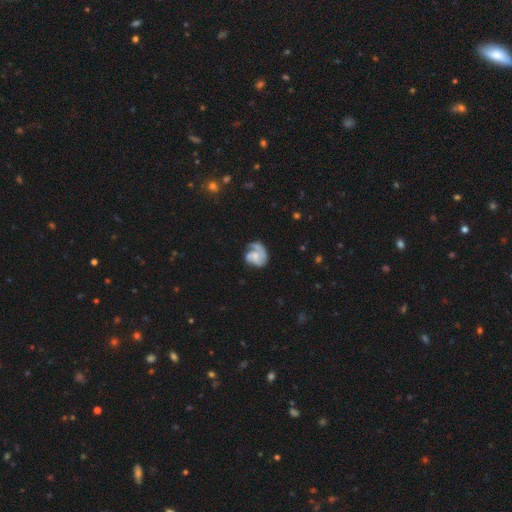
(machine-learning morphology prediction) This is likely a featured or disk galaxy (70%). It is clearly not viewed edge-on (98%). Bar: likely no (67%). Spiral arm pattern: clearly yes (87%). Spiral arm count: marginally 2 (41%). Spiral winding: marginally medium (42%). Central bulge: marginally small (43%). Merging: possibly none (46%).